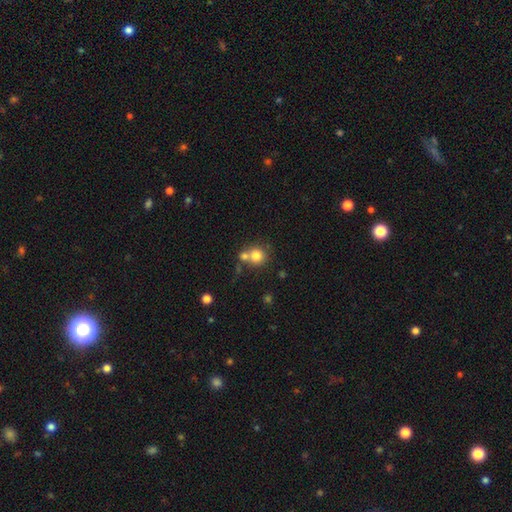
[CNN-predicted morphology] A smooth galaxy with no disk features (78%) that is round (89%). Merging: none (50%).